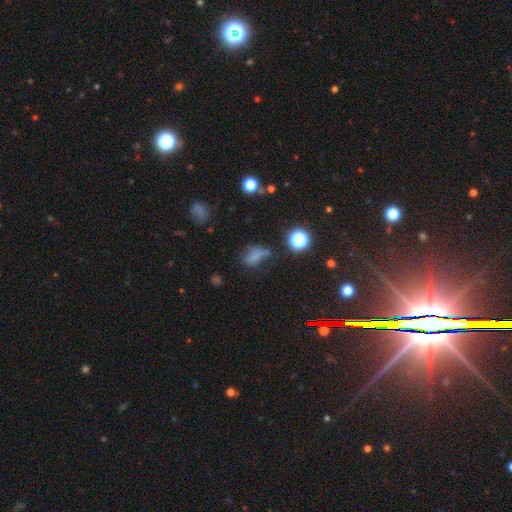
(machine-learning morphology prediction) This appears to be a smooth galaxy with no disk features (61%) that is in between round and cigar-shaped (68%). Merging: none (38%).